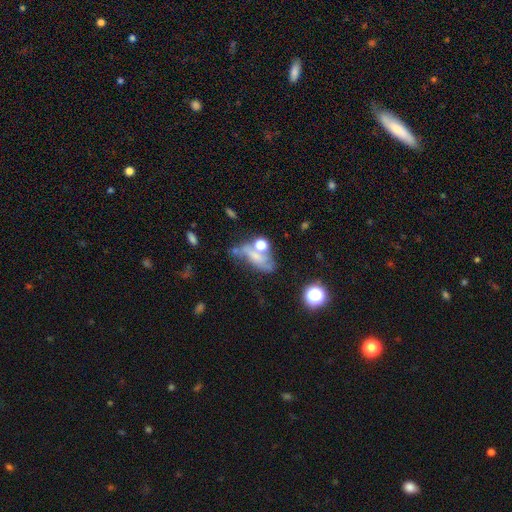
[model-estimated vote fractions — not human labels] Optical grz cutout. It shows a smooth galaxy with no disk features (48%). Merging: none (33%).